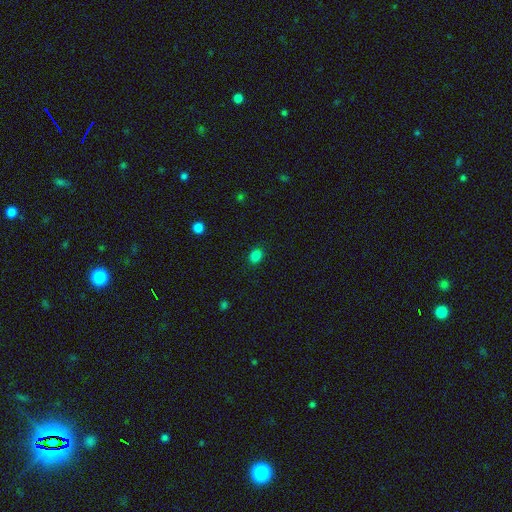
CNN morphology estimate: A smooth galaxy with no disk features (84%) that is in between round and cigar-shaped (60%). Merging: none (88%).